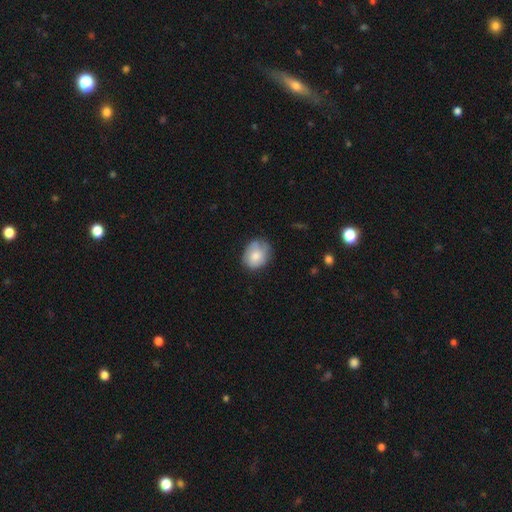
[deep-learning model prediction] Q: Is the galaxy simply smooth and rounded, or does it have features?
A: smooth — 76%.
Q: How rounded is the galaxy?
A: round — 53%.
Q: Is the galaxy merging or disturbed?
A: none — 62%.